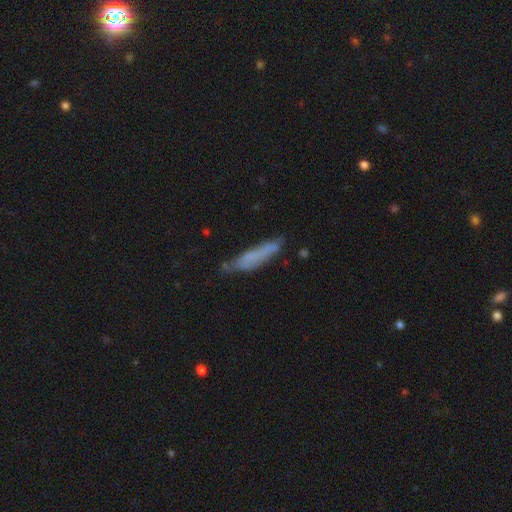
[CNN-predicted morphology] The model was most divided on "smooth or featured": smooth: 63%, featured or disk: 29%, star or artifact: 9%. More confident: how rounded — cigar-shaped (85%); merging — none (62%).